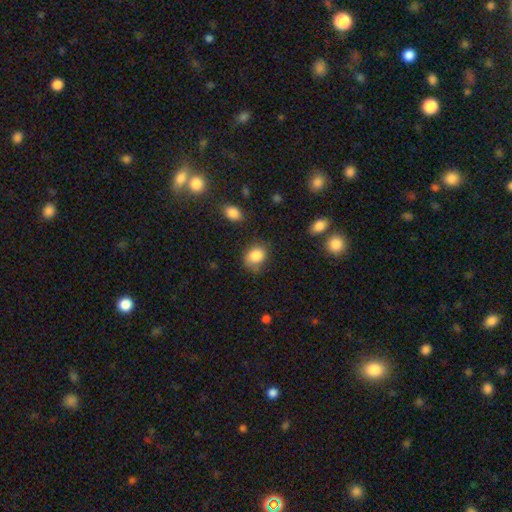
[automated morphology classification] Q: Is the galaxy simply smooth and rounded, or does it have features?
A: smooth — 84%.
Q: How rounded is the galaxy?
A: in between — 53%.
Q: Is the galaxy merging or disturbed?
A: none — 63%.